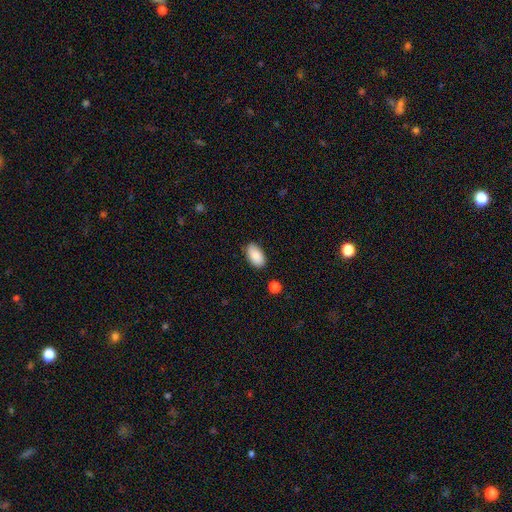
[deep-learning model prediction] smooth 87%, star or artifact 7%, featured or disk 6%. Down the decision tree: how rounded — in between (95%); merging — none (84%).